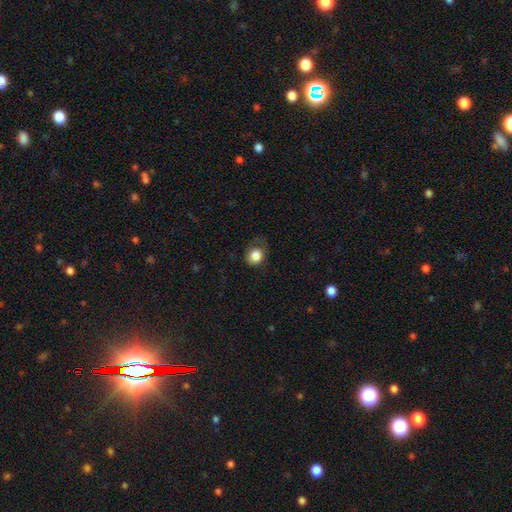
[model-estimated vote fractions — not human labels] This appears to be a smooth galaxy with no disk features (83%) that is round (67%). Merging: none (56%).